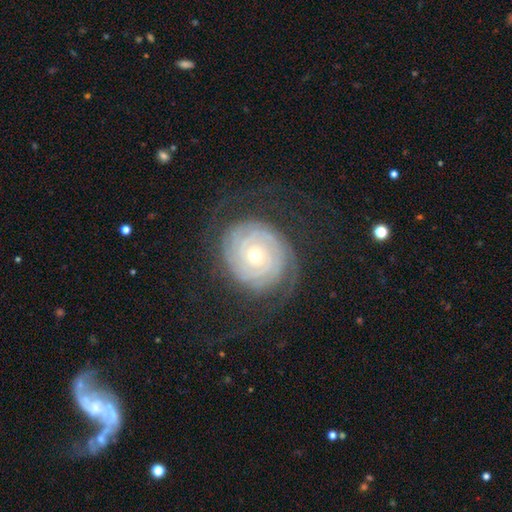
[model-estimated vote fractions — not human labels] This appears to be a featured or disk galaxy (87%) with no bar (78%), tight (86%) spiral arms (97%) and a moderate central bulge (51%). Merging: none (74%).